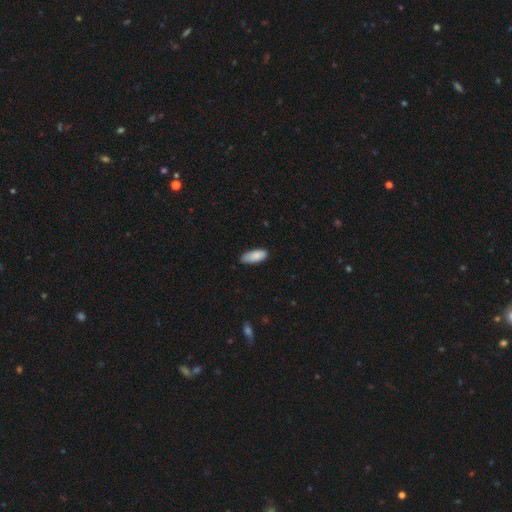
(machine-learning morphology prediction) type=smooth (86%); roundness=in between (82%); merging=none (78%).